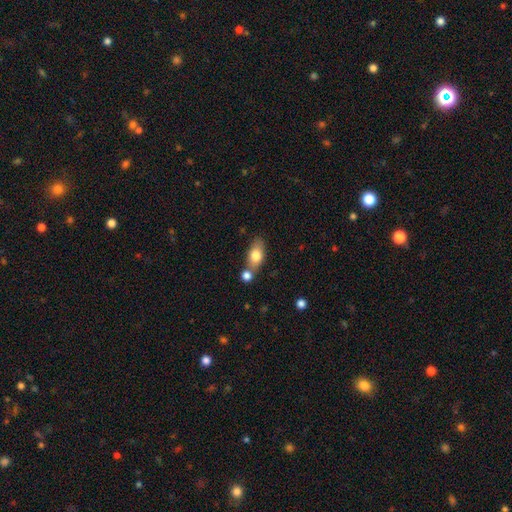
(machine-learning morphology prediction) A smooth galaxy with no disk features (76%) that is in between round and cigar-shaped (82%).

Vote fractions:
- Smooth or featured? smooth: 76% / featured or disk: 16% / star or artifact: 7%
- How rounded? in between: 82% / round: 10% / cigar-shaped: 8%
- Merging? none: 53% / merger: 29% / minor disturbance: 14% / major disturbance: 4%